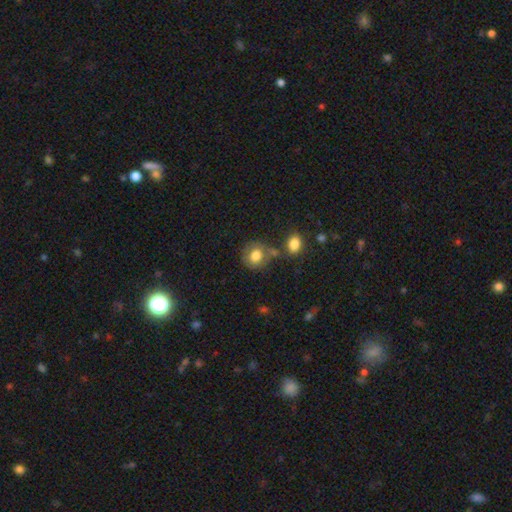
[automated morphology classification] smooth 78%, featured or disk 13%, star or artifact 9%. Down the decision tree: how rounded — round (76%); merging — none (61%).